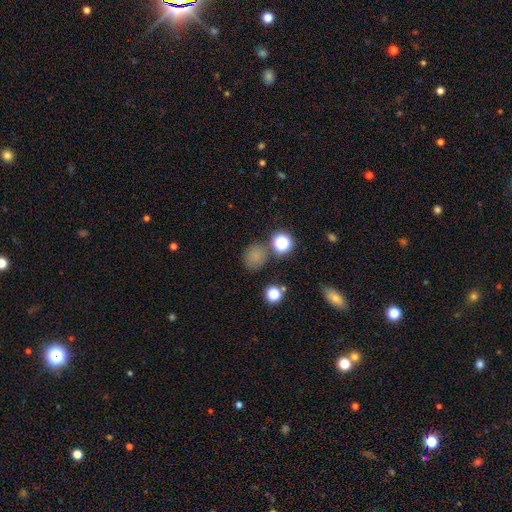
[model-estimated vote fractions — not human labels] smooth 70%, star or artifact 23%, featured or disk 7%. Down the decision tree: how rounded — round (75%); merging — none (76%).